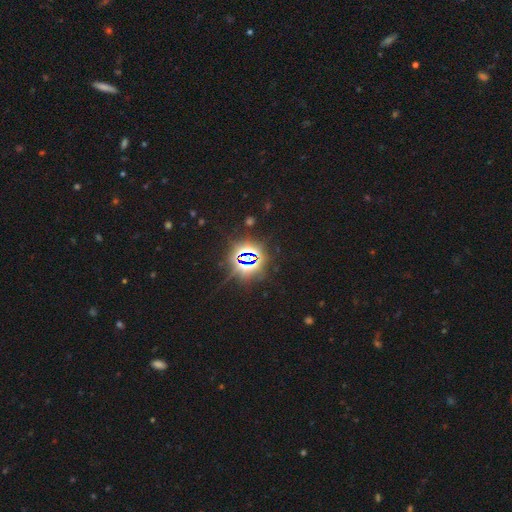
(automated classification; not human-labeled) Overall: star or artifact (82%).